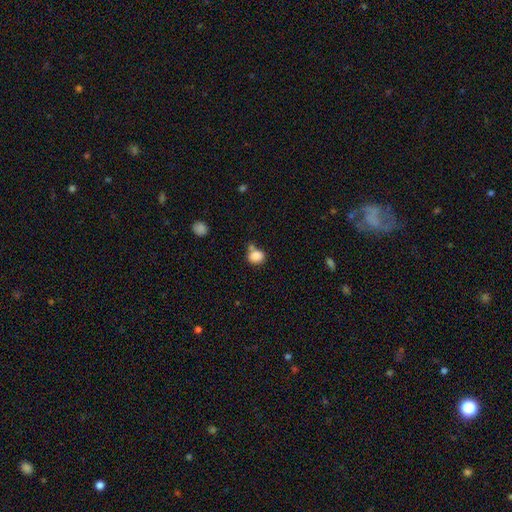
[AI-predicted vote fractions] The model was most divided on "how rounded": round: 64%, in between: 35%, cigar-shaped: 1%. More confident: smooth or featured — smooth (85%); merging — none (55%).